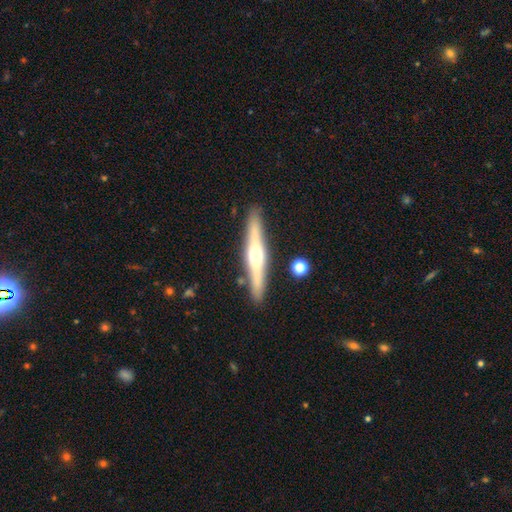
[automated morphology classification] This is likely a featured or disk galaxy (69%). It is clearly viewed edge-on (97%). Edge-on bulge: clearly rounded (91%). Merging: clearly none (89%).